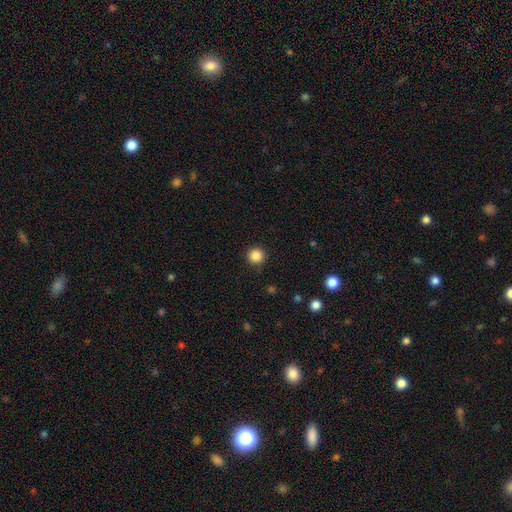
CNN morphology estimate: The model was most divided on "smooth or featured": smooth: 86%, star or artifact: 11%, featured or disk: 3%. More confident: how rounded — round (96%); merging — none (92%).